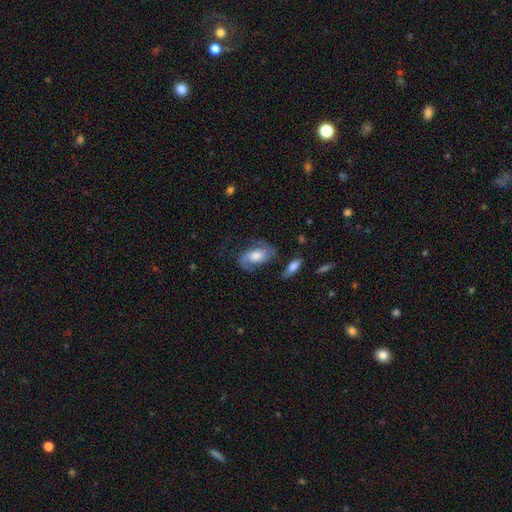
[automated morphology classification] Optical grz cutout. It shows a featured or disk galaxy (69%) with no bar (59%), 2 (82%) medium (46%) spiral arms (90%) and a large central bulge (40%). Merging: none (59%).